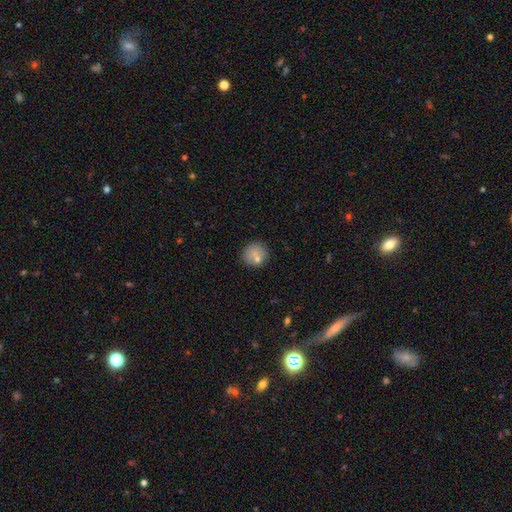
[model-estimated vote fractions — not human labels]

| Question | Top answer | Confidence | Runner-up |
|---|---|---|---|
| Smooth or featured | smooth | 75% | featured or disk (14%) |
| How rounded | round | 91% | in between (8%) |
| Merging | none | 76% | merger (11%) |